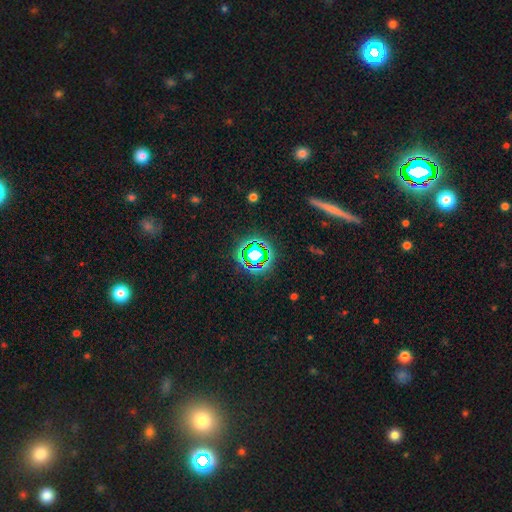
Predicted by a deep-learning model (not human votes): Smooth or featured? Predicted: star or artifact (p=0.68).